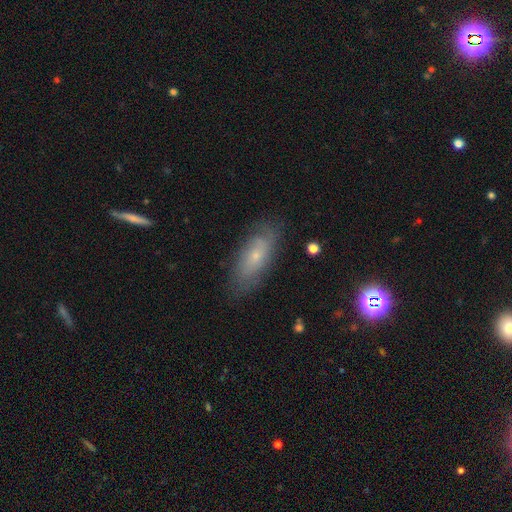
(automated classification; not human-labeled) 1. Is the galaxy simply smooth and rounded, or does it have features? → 48% smooth, 43% featured or disk, 9% star or artifact.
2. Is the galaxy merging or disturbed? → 76% none, 17% minor disturbance, 5% major disturbance, 1% merger.